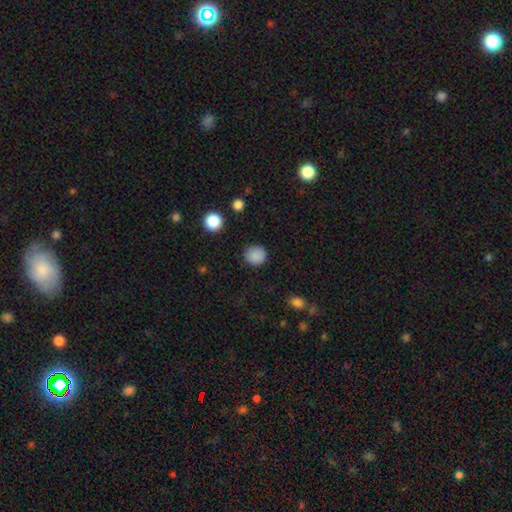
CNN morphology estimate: Smooth or featured? Predicted: smooth (p=0.86). How rounded? Predicted: round (p=0.88). Merging? Predicted: none (p=0.86).